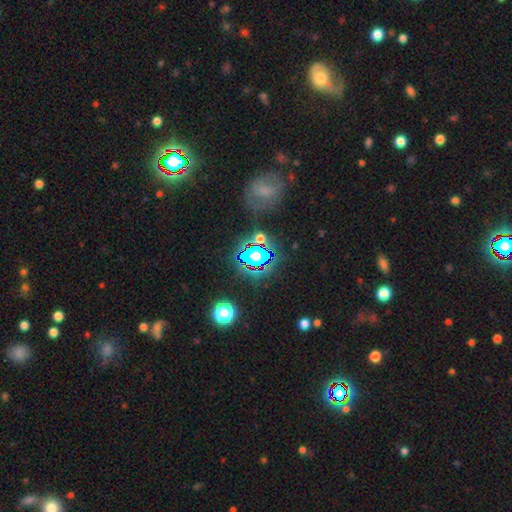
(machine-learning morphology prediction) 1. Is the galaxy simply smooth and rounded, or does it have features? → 59% star or artifact, 27% smooth, 14% featured or disk.